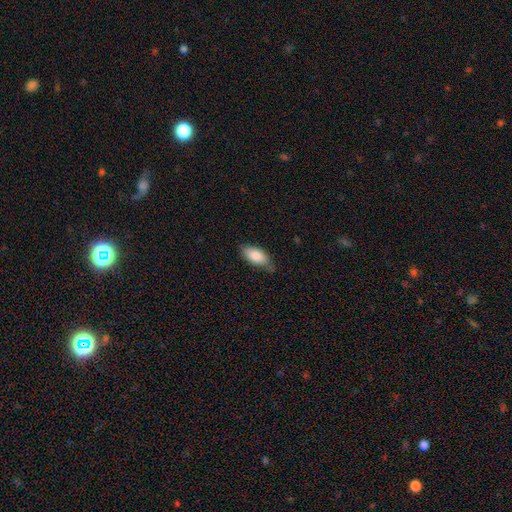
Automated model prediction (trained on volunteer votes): smooth-or-featured: smooth: 82% | featured or disk: 12% | star or artifact: 6%
  how-rounded: in between: 88% | cigar-shaped: 10% | round: 2%
  merging: none: 67% | minor disturbance: 27% | major disturbance: 5% | merger: 2%